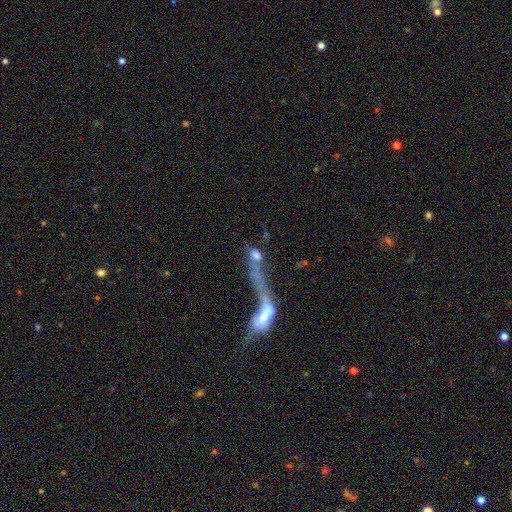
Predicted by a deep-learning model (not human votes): This appears to be a smooth galaxy with no disk features (52%) that is in between round and cigar-shaped (56%). Merging: merger (62%).